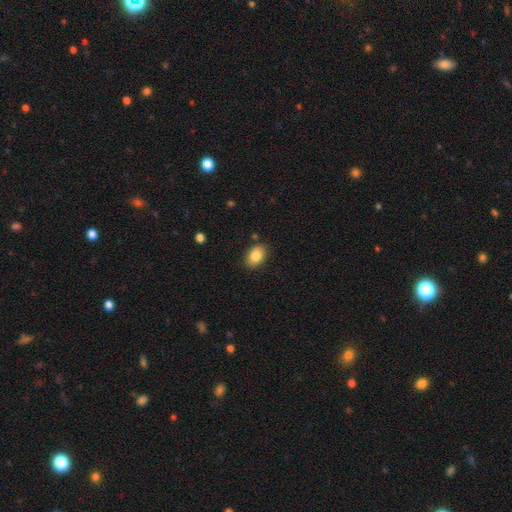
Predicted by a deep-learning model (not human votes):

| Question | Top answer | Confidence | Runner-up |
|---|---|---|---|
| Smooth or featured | smooth | 85% | star or artifact (8%) |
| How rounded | in between | 82% | round (17%) |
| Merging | none | 85% | minor disturbance (11%) |